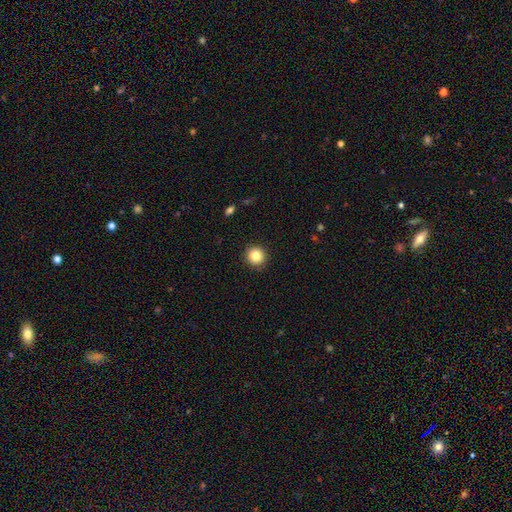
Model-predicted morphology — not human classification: A smooth galaxy with no disk features (83%) that is round (93%). Merging: none (91%).